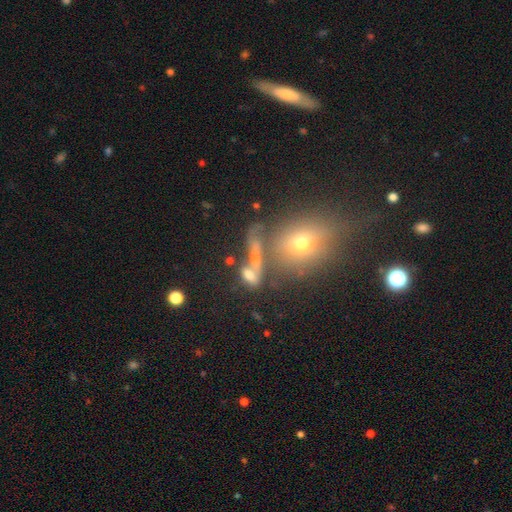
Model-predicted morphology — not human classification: This appears to be a smooth galaxy with no disk features (54%) that is in between round and cigar-shaped (44%). Merging: none (40%).